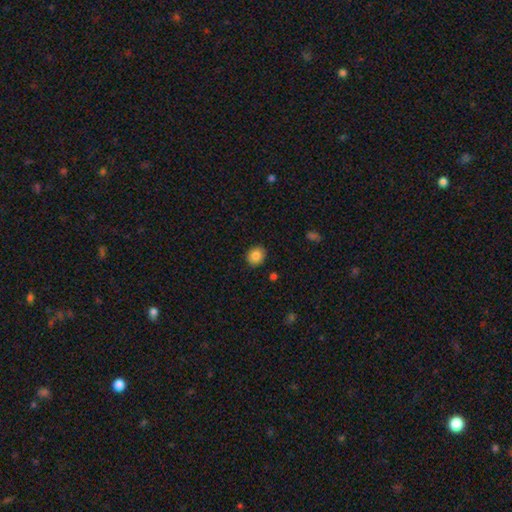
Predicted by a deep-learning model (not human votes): Morphology: type=smooth (85%); roundness=round (63%); merging=none (89%).